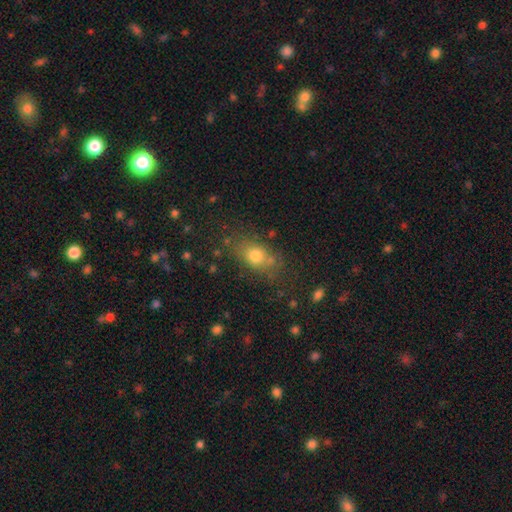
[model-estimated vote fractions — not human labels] Q: Smooth or featured?
A: smooth (74%); runner-up: star or artifact (14%)
Q: How rounded?
A: in between (62%); runner-up: round (35%)
Q: Merging?
A: none (71%); runner-up: minor disturbance (16%)